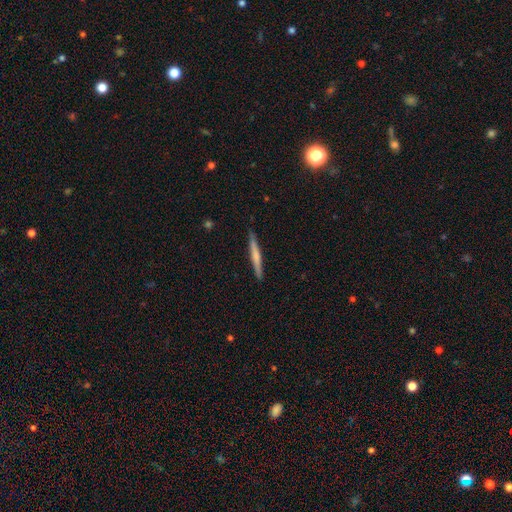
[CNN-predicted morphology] smooth_or_featured: smooth (p=0.52) [alt: featured or disk p=0.42]
how_rounded: cigar-shaped (p=0.96) [alt: in between p=0.03]
merging: none (p=0.90) [alt: minor disturbance p=0.08]